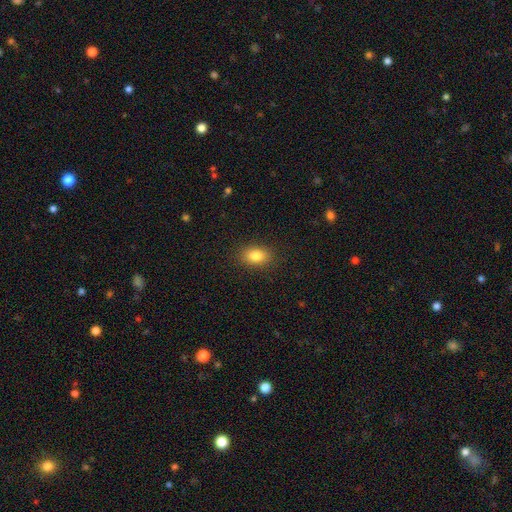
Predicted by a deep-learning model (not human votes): smooth 83%, star or artifact 9%, featured or disk 7%. Down the decision tree: how rounded — in between (80%); merging — none (89%).